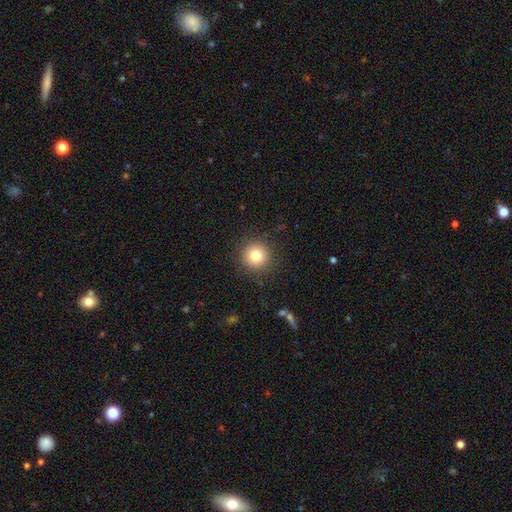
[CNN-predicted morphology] type=smooth (82%); roundness=round (95%); merging=none (90%).